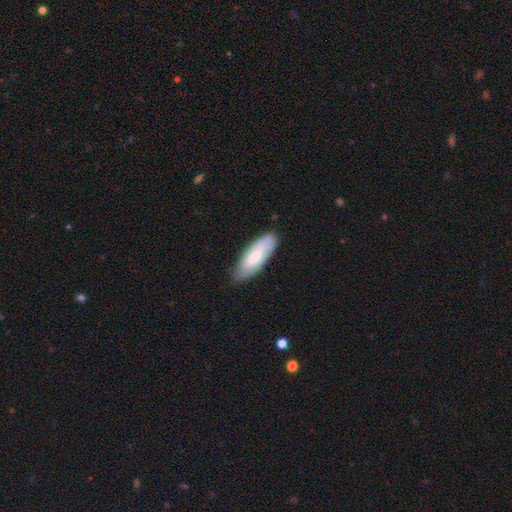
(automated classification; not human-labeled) Overall: smooth (67%). How rounded: in between (71%). Merging: none (76%).